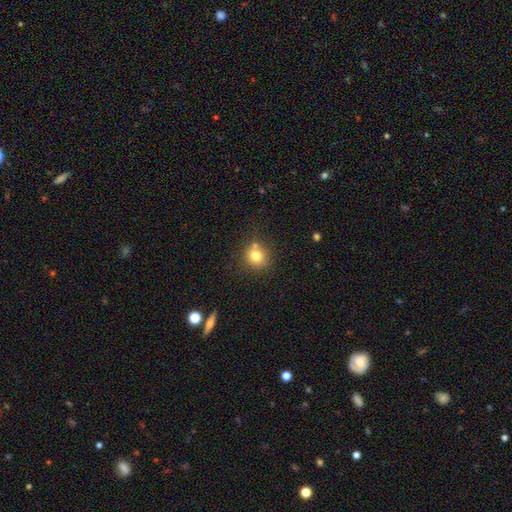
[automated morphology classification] type=smooth (77%); roundness=round (87%); merging=none (70%).